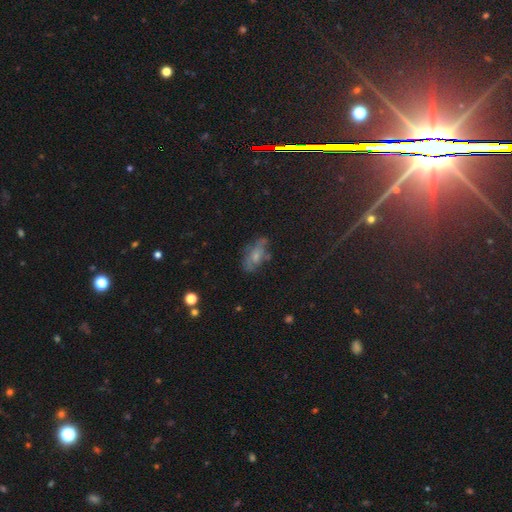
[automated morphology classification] Smooth or featured? Predicted: smooth (p=0.50). How rounded? Predicted: in between (p=0.82). Merging? Predicted: none (p=0.56).